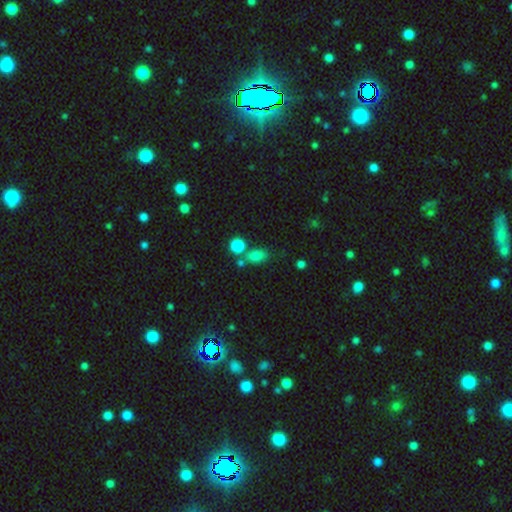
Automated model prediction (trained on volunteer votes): Overall: smooth (79%). How rounded: in between (77%). Merging: none (56%; merger 23%).